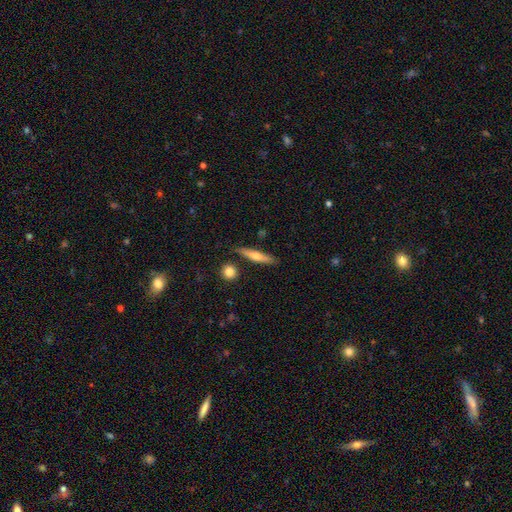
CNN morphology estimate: smooth 53%, featured or disk 41%, star or artifact 6%. Down the decision tree: how rounded — cigar-shaped (88%); merging — none (84%).